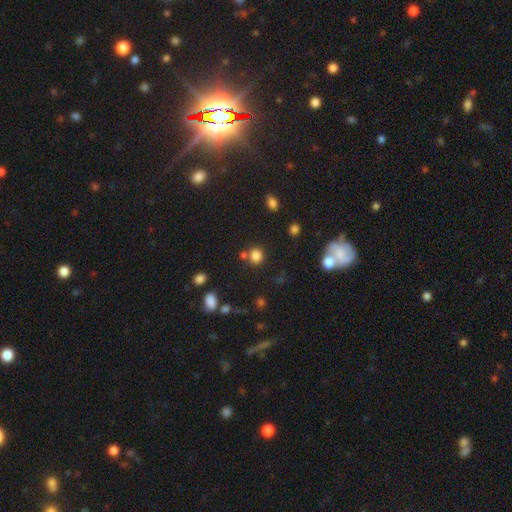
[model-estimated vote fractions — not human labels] Smooth or featured? Predicted: smooth (p=0.81). How rounded? Predicted: round (p=0.86). Merging? Predicted: none (p=0.71).